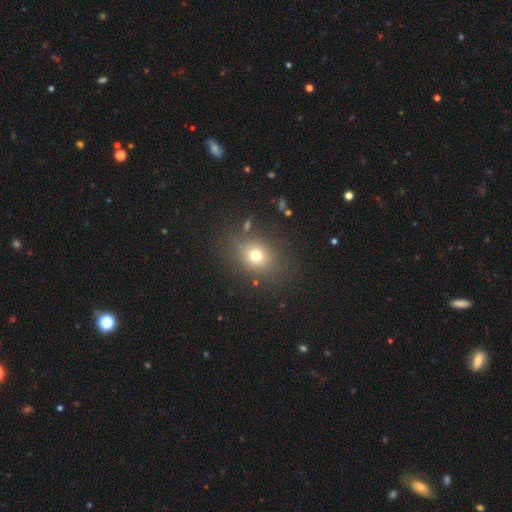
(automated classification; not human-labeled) Smooth or featured? Predicted: smooth (p=0.71). How rounded? Predicted: round (p=0.53). Merging? Predicted: none (p=0.81).